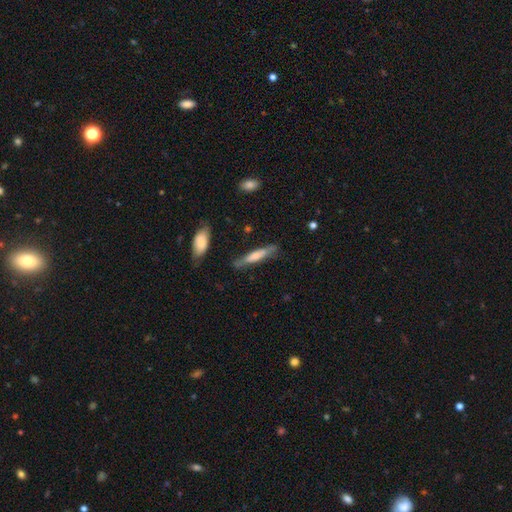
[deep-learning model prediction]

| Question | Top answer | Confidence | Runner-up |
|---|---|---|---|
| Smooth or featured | smooth | 57% | featured or disk (37%) |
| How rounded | cigar-shaped | 87% | in between (11%) |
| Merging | none | 75% | minor disturbance (18%) |